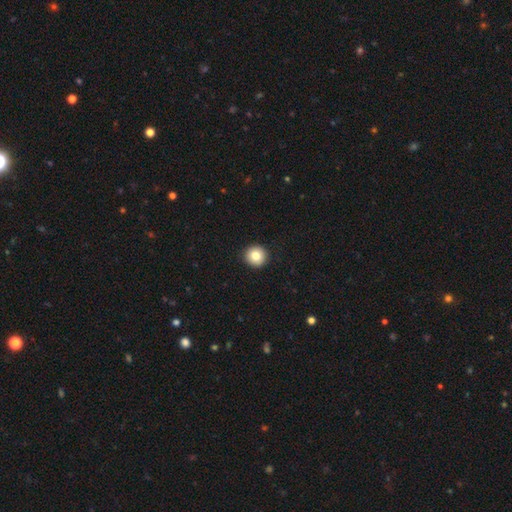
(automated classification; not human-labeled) Overall: smooth (82%). How rounded: round (96%). Merging: none (93%).